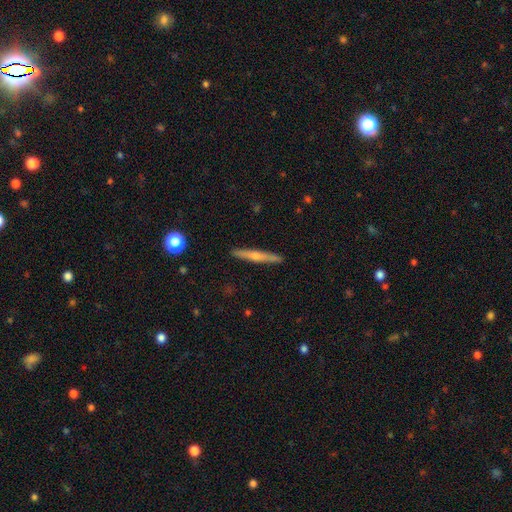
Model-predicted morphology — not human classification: Smooth or featured? featured or disk (54%)
Edge-on disk? yes (96%)
Edge-on bulge? rounded (74%)
Merging? none (90%)